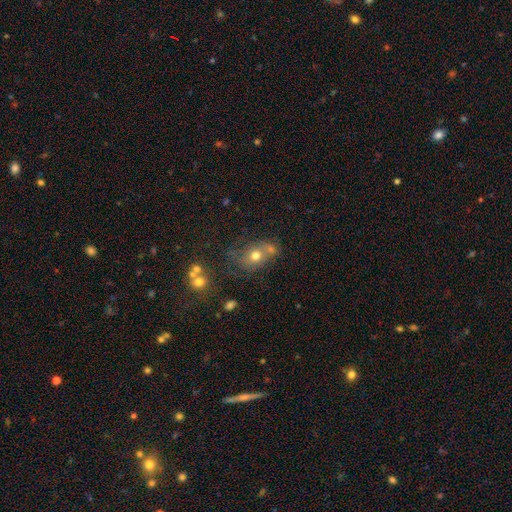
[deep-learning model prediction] Overall: smooth (64%). How rounded: in between (52%; round 47%). Merging: none (42%; merger 31%).